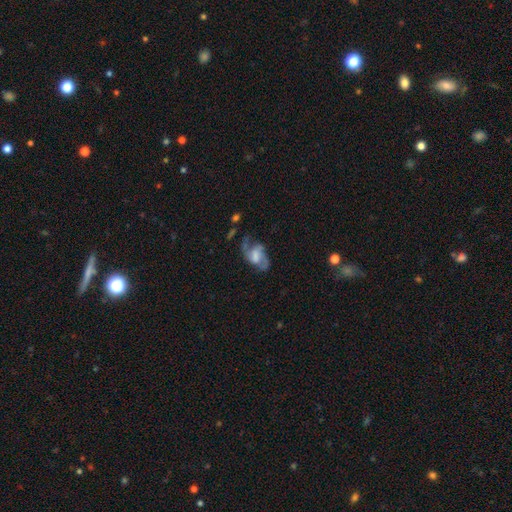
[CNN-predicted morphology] This is likely a featured or disk galaxy (73%). It is clearly not viewed edge-on (97%). Bar: possibly weak (47%). Spiral arm pattern: clearly yes (89%). Spiral arm count: likely 2 (71%). Spiral winding: possibly medium (47%). Central bulge: marginally moderate (29%). Merging: possibly none (50%).